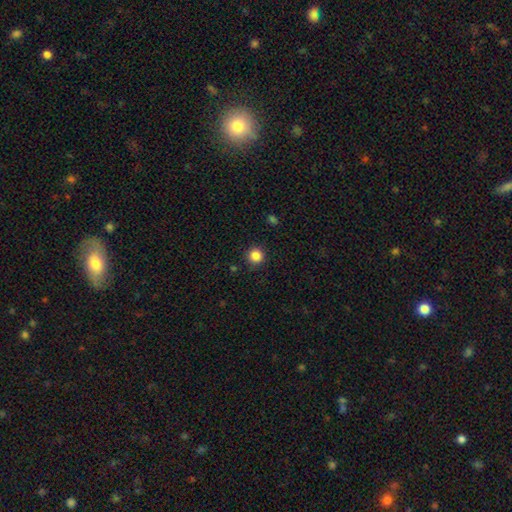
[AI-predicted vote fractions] Smooth or featured? Predicted: smooth (p=0.85). How rounded? Predicted: round (p=0.95). Merging? Predicted: none (p=0.91).